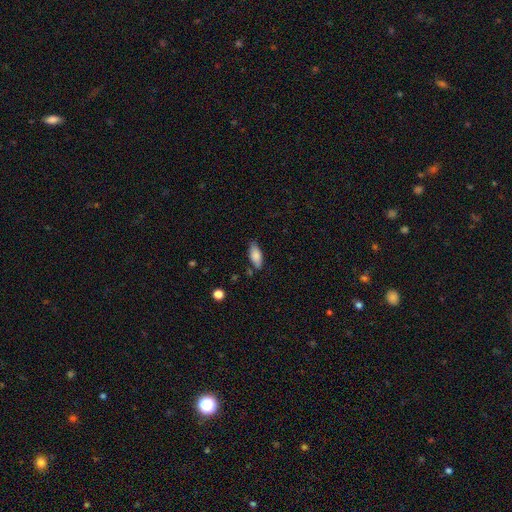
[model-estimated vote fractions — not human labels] Smooth or featured?
  - smooth: 83% *
  - featured or disk: 10%
  - star or artifact: 7%
How rounded?
  - in between: 83% *
  - cigar-shaped: 15%
  - round: 2%
Merging?
  - none: 77% *
  - minor disturbance: 17%
  - major disturbance: 3%
  - merger: 3%